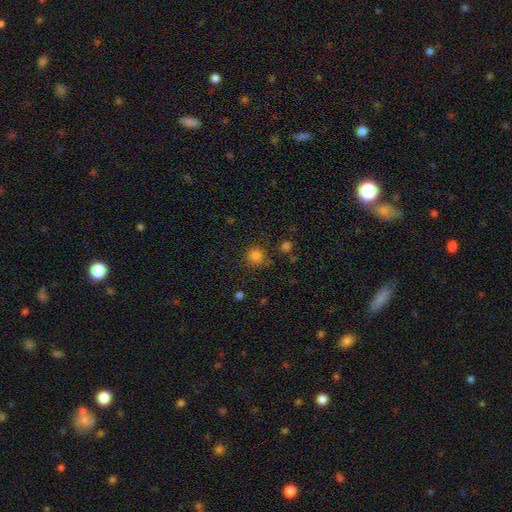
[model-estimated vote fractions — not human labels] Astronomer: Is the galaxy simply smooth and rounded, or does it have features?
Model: smooth — 80%.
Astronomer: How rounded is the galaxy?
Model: round — 91%.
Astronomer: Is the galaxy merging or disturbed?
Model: none — 82%.